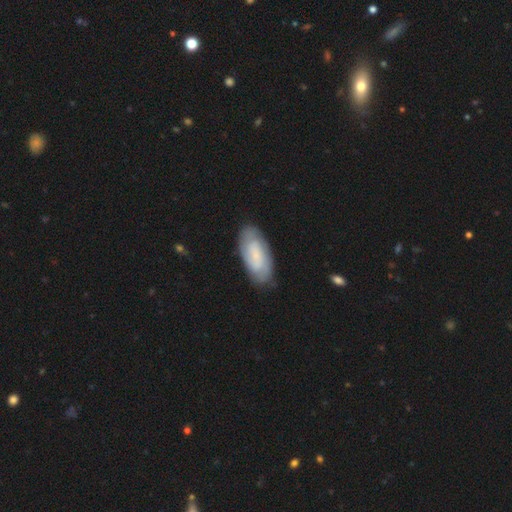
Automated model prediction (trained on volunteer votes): Q: Smooth or featured?
A: smooth (51%); runner-up: featured or disk (43%)
Q: How rounded?
A: in between (85%); runner-up: cigar-shaped (13%)
Q: Merging?
A: none (79%); runner-up: minor disturbance (16%)